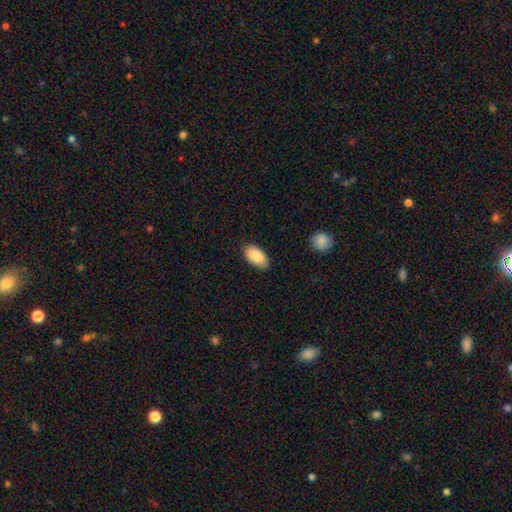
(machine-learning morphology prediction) Q: Smooth or featured?
A: smooth (89%); runner-up: star or artifact (6%)
Q: How rounded?
A: in between (95%); runner-up: cigar-shaped (3%)
Q: Merging?
A: none (83%); runner-up: minor disturbance (13%)